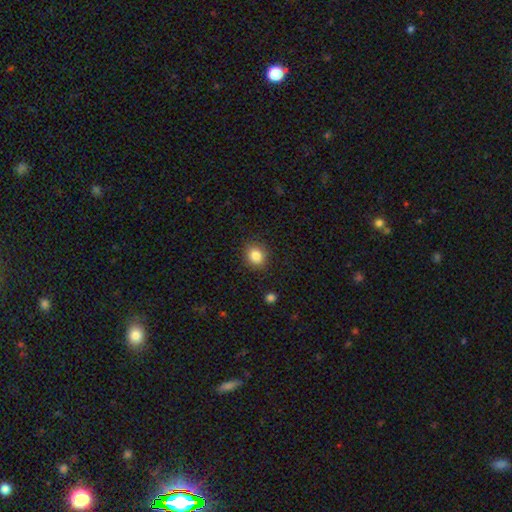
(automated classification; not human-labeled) Smooth or featured?
  - smooth: 85% *
  - star or artifact: 10%
  - featured or disk: 5%
How rounded?
  - round: 72% *
  - in between: 27%
  - cigar-shaped: 1%
Merging?
  - none: 86% *
  - minor disturbance: 10%
  - major disturbance: 3%
  - merger: 1%